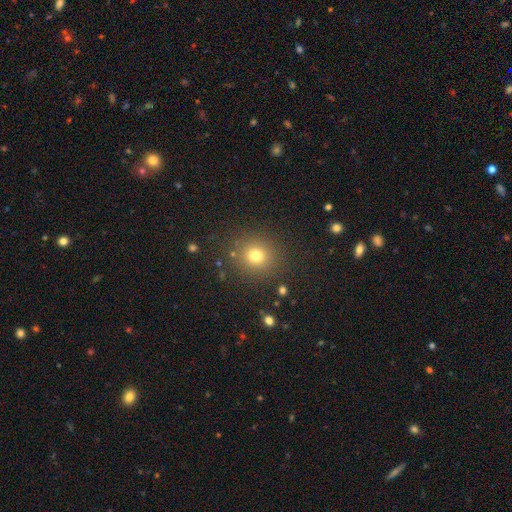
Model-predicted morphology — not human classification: A smooth galaxy with no disk features (76%) that is round (87%).

Vote fractions:
- Smooth or featured? smooth: 76% / star or artifact: 16% / featured or disk: 8%
- How rounded? round: 87% / in between: 12% / cigar-shaped: 1%
- Merging? none: 87% / minor disturbance: 8% / major disturbance: 4% / merger: 2%